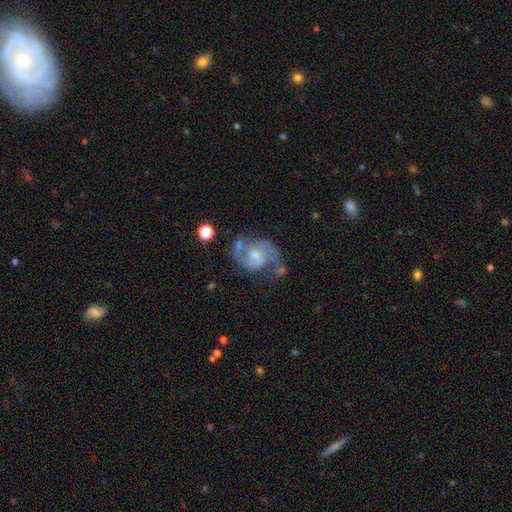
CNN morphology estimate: A featured or disk galaxy (88%) with no bar (59%), 2 (91%) medium (58%) spiral arms (97%) and a small central bulge (47%). Merging: none (56%).